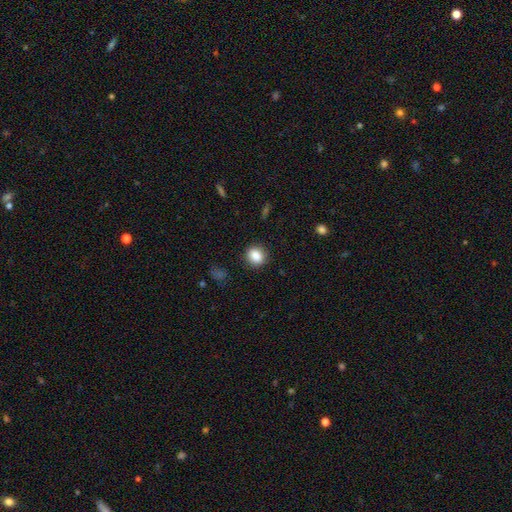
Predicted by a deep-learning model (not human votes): Smooth or featured?
  - smooth: 86% *
  - star or artifact: 9%
  - featured or disk: 5%
How rounded?
  - round: 66% *
  - in between: 33%
  - cigar-shaped: 1%
Merging?
  - none: 88% *
  - minor disturbance: 9%
  - major disturbance: 3%
  - merger: 1%